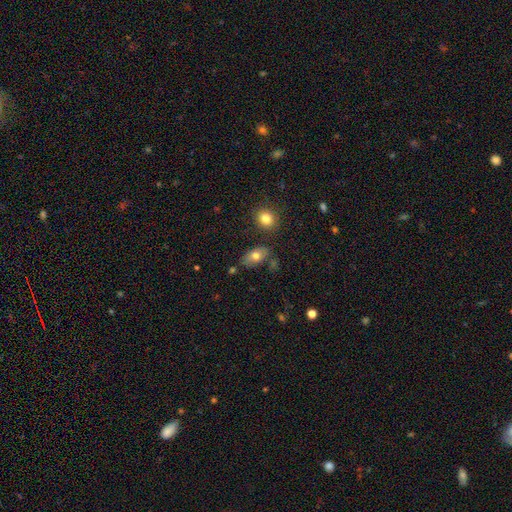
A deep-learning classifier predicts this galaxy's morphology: smooth-or-featured: smooth: 73% | featured or disk: 18% | star or artifact: 9%
  how-rounded: in between: 88% | round: 9% | cigar-shaped: 3%
  merging: none: 74% | minor disturbance: 16% | merger: 6% | major disturbance: 4%